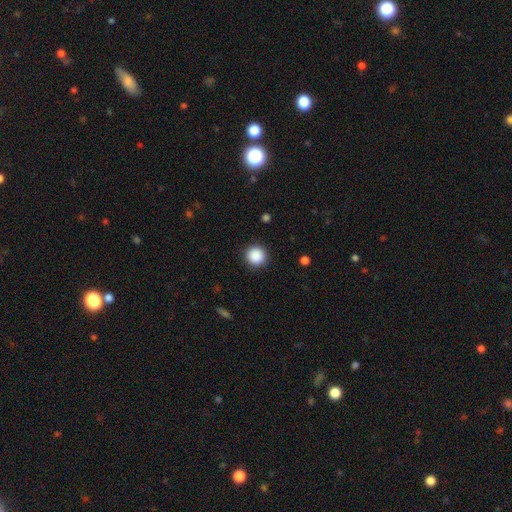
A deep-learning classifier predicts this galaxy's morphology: Smooth or featured?
  - smooth: 89% *
  - star or artifact: 9%
  - featured or disk: 2%
How rounded?
  - round: 94% *
  - in between: 5%
  - cigar-shaped: 1%
Merging?
  - none: 91% *
  - minor disturbance: 6%
  - major disturbance: 2%
  - merger: 1%